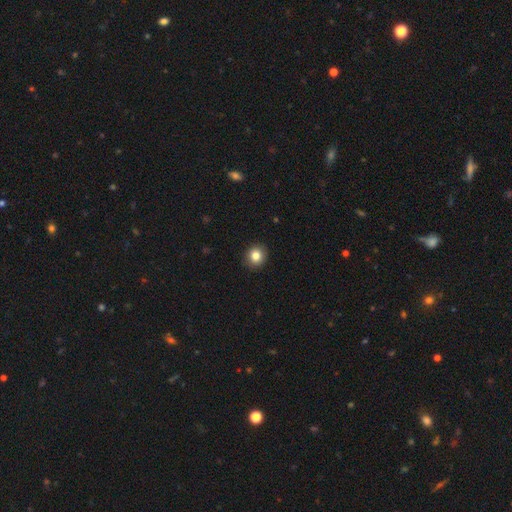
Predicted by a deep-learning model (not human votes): Smooth or featured?
  - smooth: 84% *
  - star or artifact: 10%
  - featured or disk: 6%
How rounded?
  - round: 85% *
  - in between: 14%
  - cigar-shaped: 1%
Merging?
  - none: 91% *
  - minor disturbance: 6%
  - major disturbance: 2%
  - merger: 1%